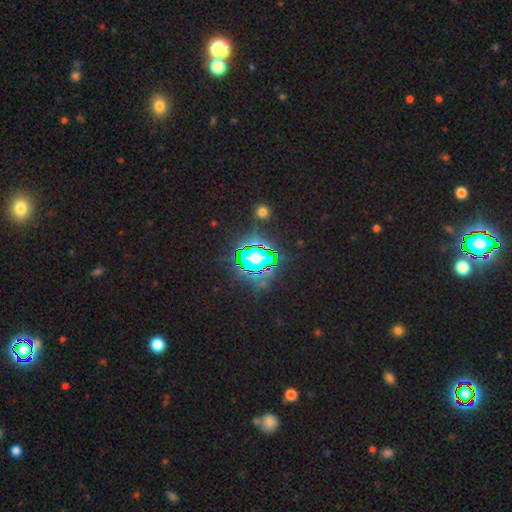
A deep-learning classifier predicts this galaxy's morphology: Smooth or featured?
  - star or artifact: 71% *
  - smooth: 17%
  - featured or disk: 12%